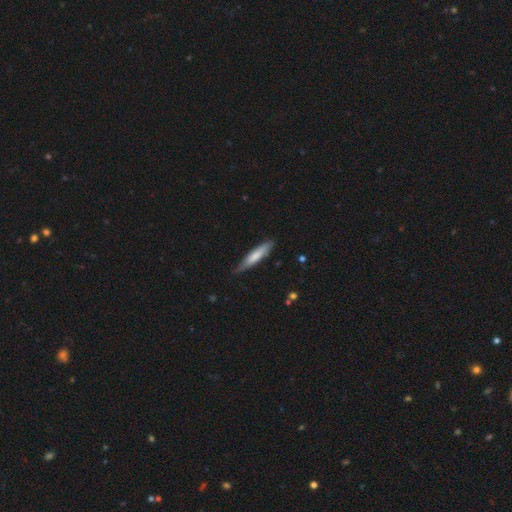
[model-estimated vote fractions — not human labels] A smooth galaxy with no disk features (69%) that is cigar-shaped (86%). Merging: none (74%).